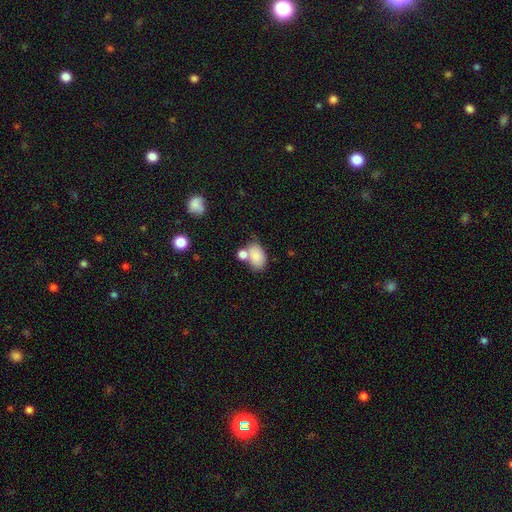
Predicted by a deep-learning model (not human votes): Smooth or featured: smooth — 83% (featured or disk — 9%)
How rounded: in between — 87% (round — 12%)
Merging: none — 46% (merger — 34%)